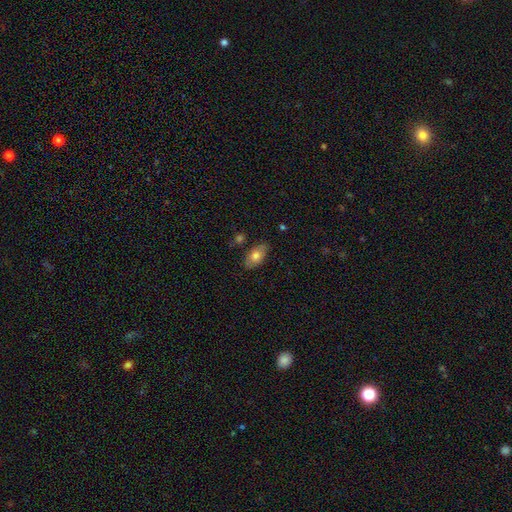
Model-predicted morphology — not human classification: smooth_or_featured: smooth (p=0.75) [alt: featured or disk p=0.18]
how_rounded: in between (p=0.91) [alt: cigar-shaped p=0.05]
merging: none (p=0.82) [alt: minor disturbance p=0.13]